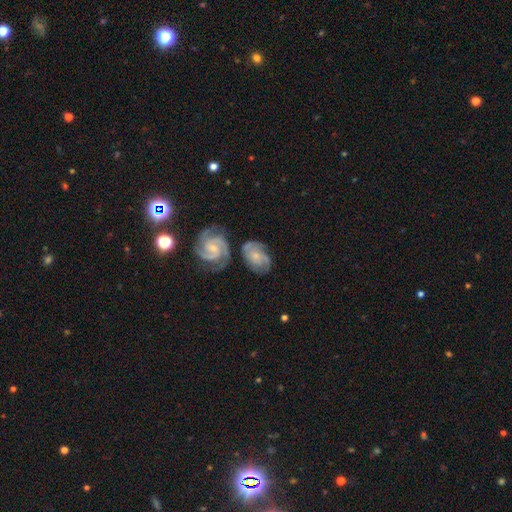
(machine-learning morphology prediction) Q: Smooth or featured?
A: featured or disk (76%); runner-up: smooth (18%)
Q: Edge-on disk?
A: no (97%); runner-up: yes (3%)
Q: Bar?
A: no (64%); runner-up: weak (30%)
Q: Spiral arms?
A: yes (95%); runner-up: no (5%)
Q: Spiral winding?
A: tight (47%); runner-up: medium (43%)
Q: Spiral arm count?
A: 2 (37%); runner-up: 3 (35%)
Q: Bulge size?
A: small (68%); runner-up: moderate (23%)
Q: Merging?
A: none (50%); runner-up: merger (22%)